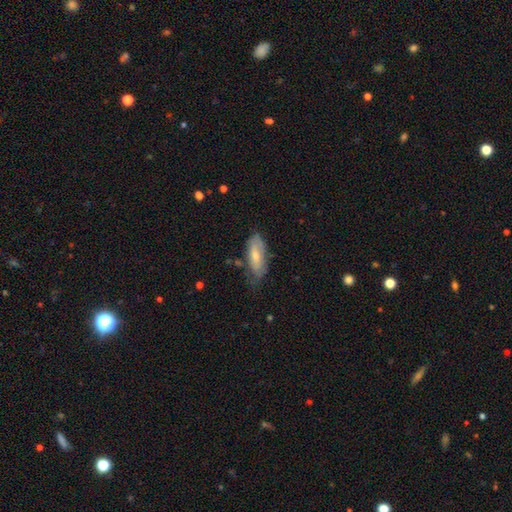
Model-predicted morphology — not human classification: smooth-or-featured: smooth: 60% | featured or disk: 34% | star or artifact: 6%
  how-rounded: in between: 75% | cigar-shaped: 23% | round: 2%
  merging: none: 57% | minor disturbance: 31% | major disturbance: 9% | merger: 3%